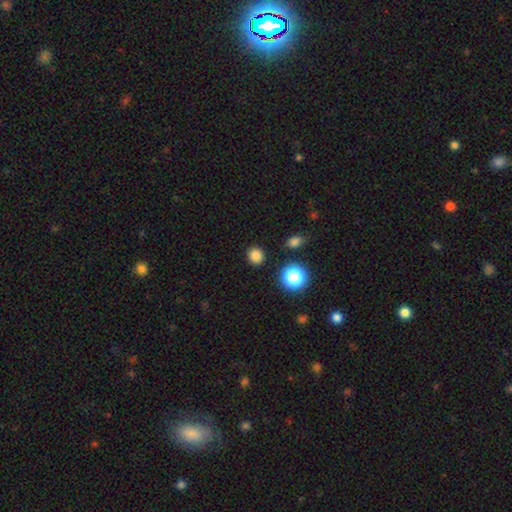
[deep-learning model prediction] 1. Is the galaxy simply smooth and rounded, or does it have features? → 81% smooth, 14% star or artifact, 4% featured or disk.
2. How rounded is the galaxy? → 88% round, 11% in between, 1% cigar-shaped.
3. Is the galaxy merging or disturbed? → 89% none, 6% minor disturbance, 2% major disturbance, 2% merger.